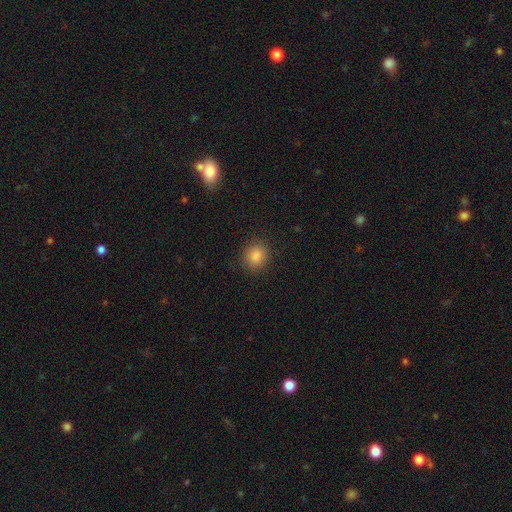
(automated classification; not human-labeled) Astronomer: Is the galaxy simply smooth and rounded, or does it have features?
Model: smooth — 85%.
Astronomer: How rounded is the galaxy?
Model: round — 79%.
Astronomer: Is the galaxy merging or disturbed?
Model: none — 89%.